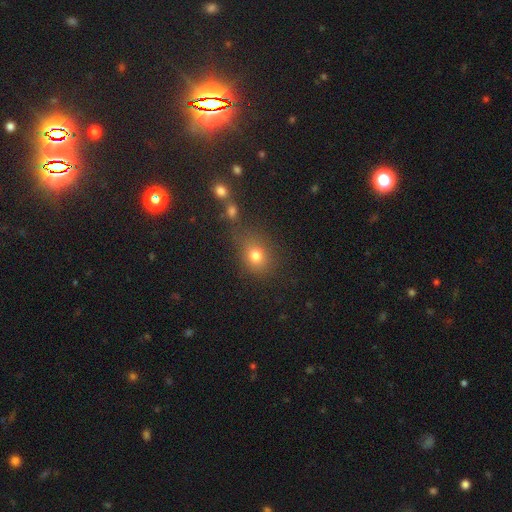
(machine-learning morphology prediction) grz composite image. It shows a smooth galaxy with no disk features (75%) that is round (65%). Merging: none (62%).